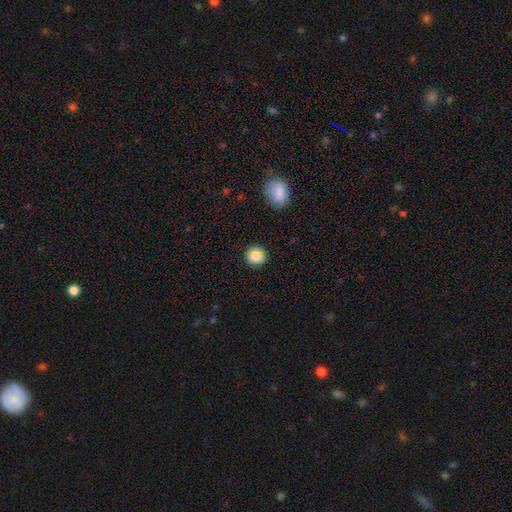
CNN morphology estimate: A smooth galaxy with no disk features (80%) that is round (88%). Merging: none (89%).